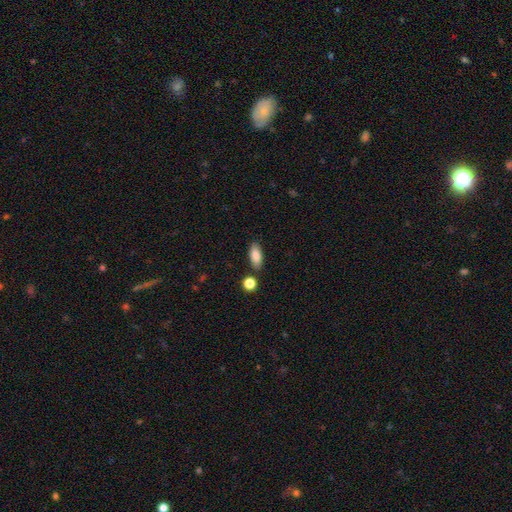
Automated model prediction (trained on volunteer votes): This is clearly a smooth galaxy (86%). How rounded: clearly in between (82%). Merging: clearly none (81%).